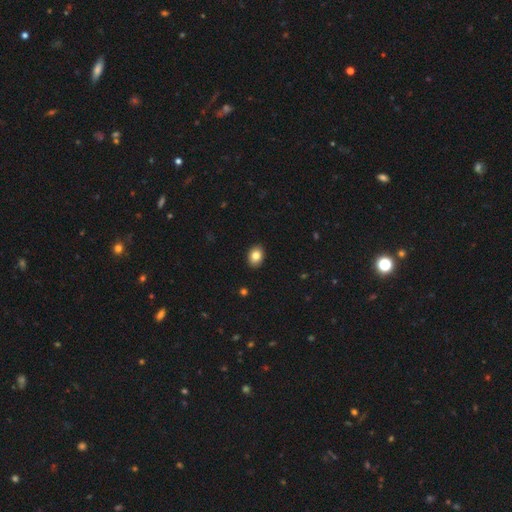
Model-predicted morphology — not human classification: type=smooth (84%); roundness=in between (69%); merging=none (90%).